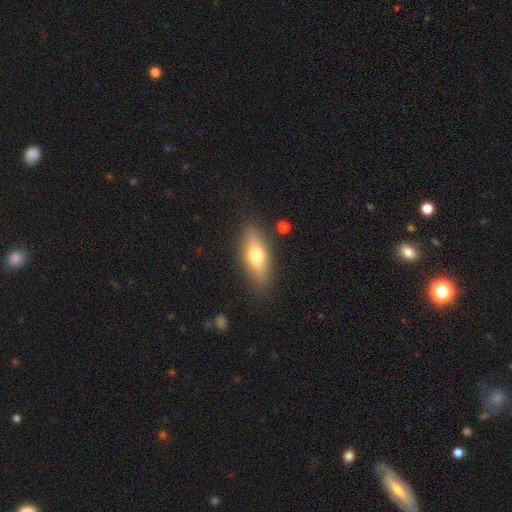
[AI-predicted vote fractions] This appears to be a smooth galaxy with no disk features (65%) that is in between round and cigar-shaped (62%). Merging: none (84%).